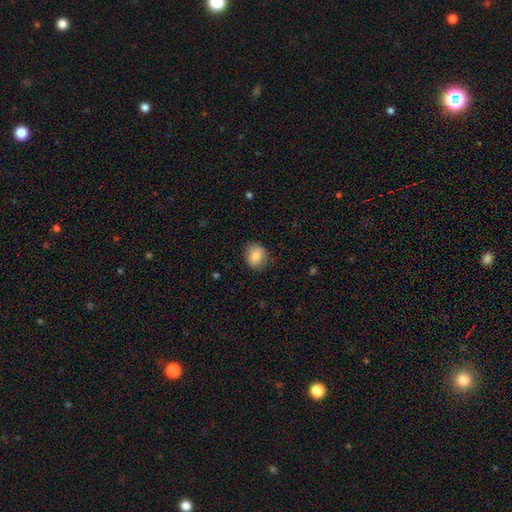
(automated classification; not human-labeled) Smooth or featured: smooth — 80% (featured or disk — 12%)
How rounded: round — 64% (in between — 35%)
Merging: none — 81% (minor disturbance — 14%)